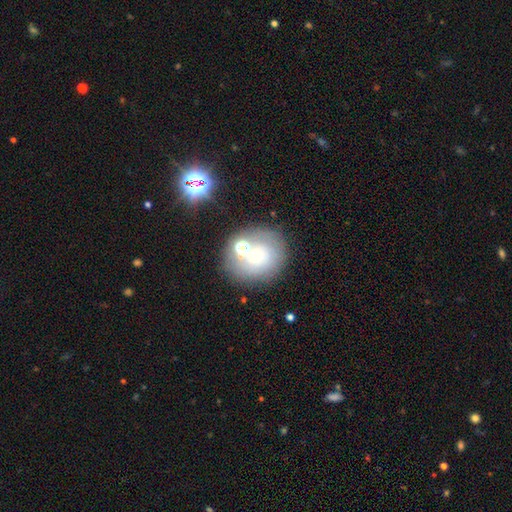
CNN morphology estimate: Smooth or featured? smooth (52%)
How rounded? round (82%)
Merging? none (63%)